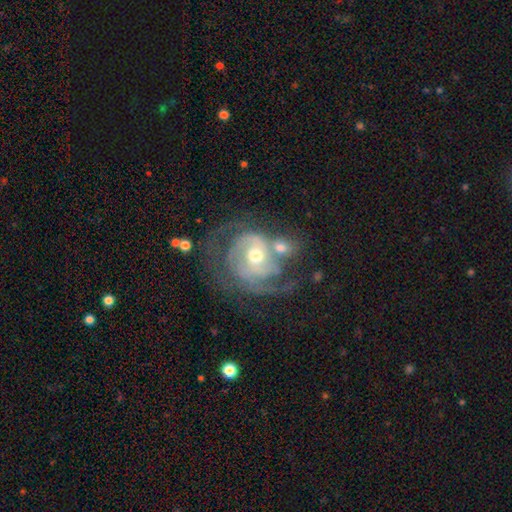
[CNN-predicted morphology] smooth_or_featured: featured or disk (p=0.79) [alt: smooth p=0.14]
disk_edge_on: no (p=0.97) [alt: yes p=0.03]
bar: no (p=0.64) [alt: weak p=0.28]
has_spiral_arms: yes (p=0.85) [alt: no p=0.15]
spiral_winding: tight (p=0.42) [alt: medium p=0.40]
spiral_arm_count: 2 (p=0.46) [alt: can't tell p=0.24]
bulge_size: moderate (p=0.69) [alt: small p=0.22]
merging: none (p=0.39) [alt: major disturbance p=0.22]